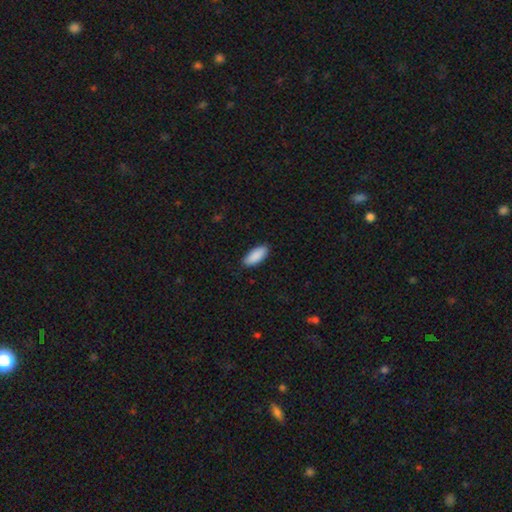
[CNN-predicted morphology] smooth-or-featured: smooth: 91% | star or artifact: 6% | featured or disk: 4%
  how-rounded: in between: 84% | cigar-shaped: 15% | round: 2%
  merging: none: 88% | minor disturbance: 9% | major disturbance: 2% | merger: 1%